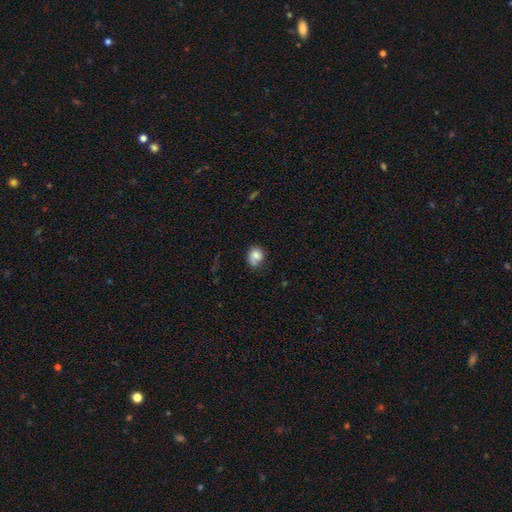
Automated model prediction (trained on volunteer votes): Q: Smooth or featured?
A: smooth (79%); runner-up: featured or disk (12%)
Q: How rounded?
A: round (60%); runner-up: in between (39%)
Q: Merging?
A: none (51%); runner-up: minor disturbance (30%)